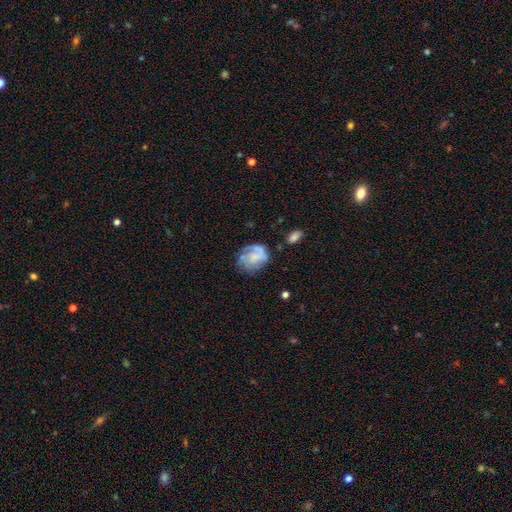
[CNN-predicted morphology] A featured or disk galaxy (55%) with no bar (71%), spiral arms (70%) and no central bulge (54%). Merging: none (52%).